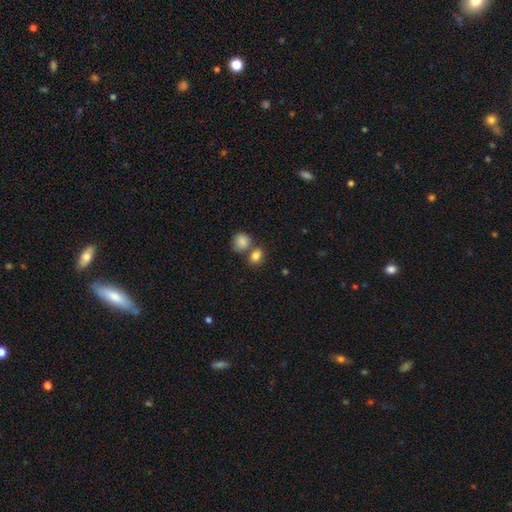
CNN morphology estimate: A smooth galaxy with no disk features (83%) that is in between round and cigar-shaped (51%). Merging: none (51%).